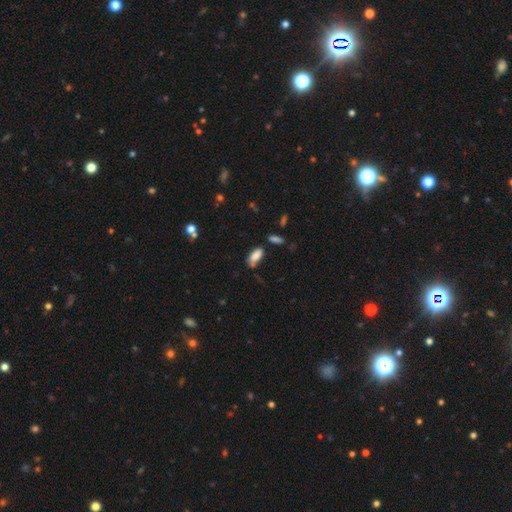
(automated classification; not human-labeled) Smooth or featured? smooth (84%)
How rounded? in between (85%)
Merging? none (57%)